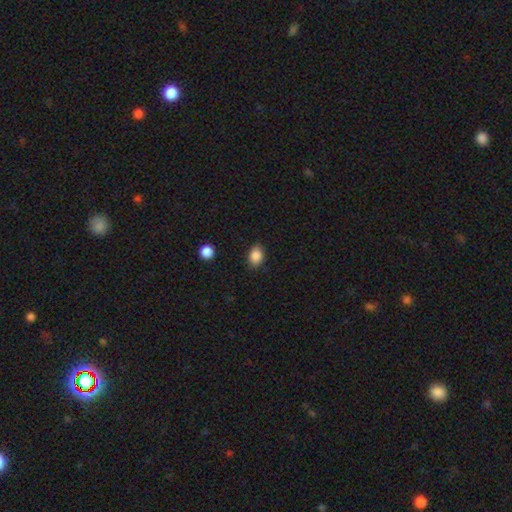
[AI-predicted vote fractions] This appears to be a smooth galaxy with no disk features (86%) that is in between round and cigar-shaped (67%). Merging: none (83%).